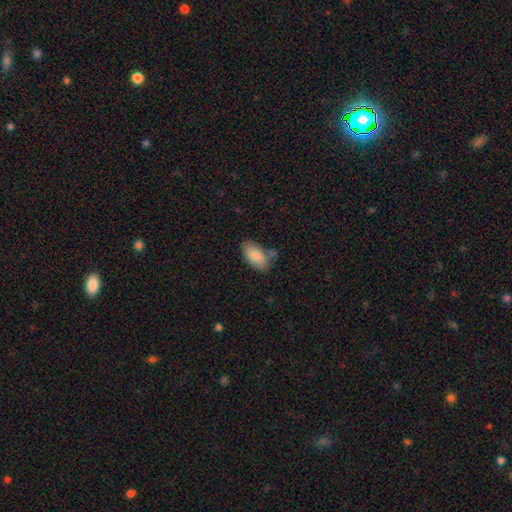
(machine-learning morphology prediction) Overall: smooth (85%). How rounded: in between (94%). Merging: none (60%; minor disturbance 23%).